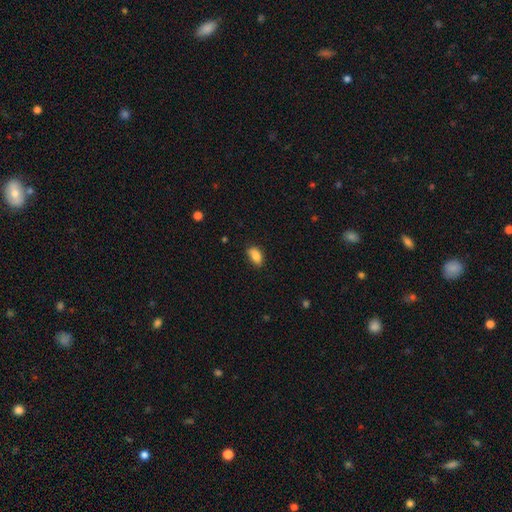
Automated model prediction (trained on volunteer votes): Smooth or featured? Predicted: smooth (p=0.85). How rounded? Predicted: in between (p=0.90). Merging? Predicted: none (p=0.74).